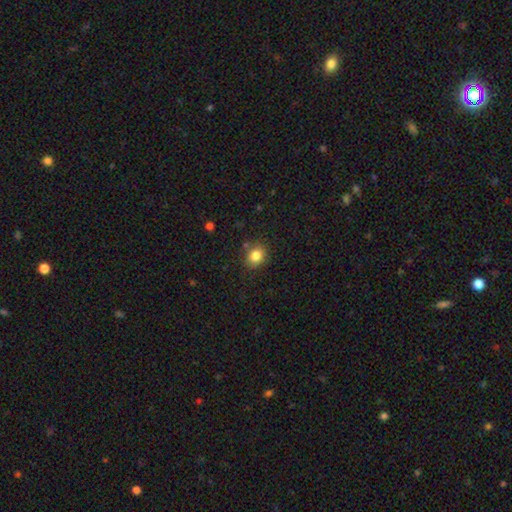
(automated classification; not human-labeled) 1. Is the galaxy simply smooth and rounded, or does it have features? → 83% smooth, 11% star or artifact, 7% featured or disk.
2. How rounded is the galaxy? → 65% round, 34% in between, 1% cigar-shaped.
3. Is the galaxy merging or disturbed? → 82% none, 11% minor disturbance, 4% merger, 3% major disturbance.